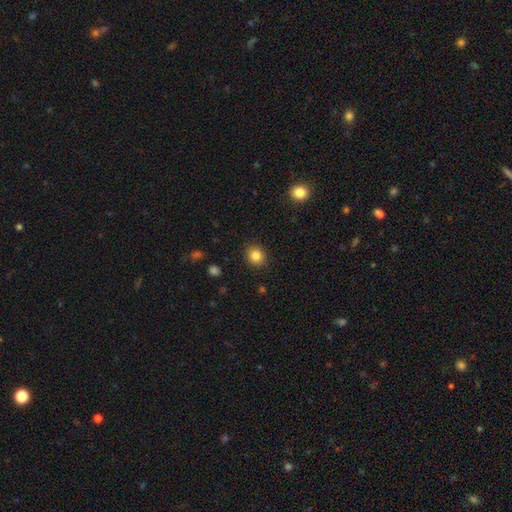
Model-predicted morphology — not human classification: A smooth galaxy with no disk features (84%) that is round (79%).

Vote fractions:
- Smooth or featured? smooth: 84% / star or artifact: 11% / featured or disk: 6%
- How rounded? round: 79% / in between: 20% / cigar-shaped: 1%
- Merging? none: 90% / minor disturbance: 7% / major disturbance: 2% / merger: 1%